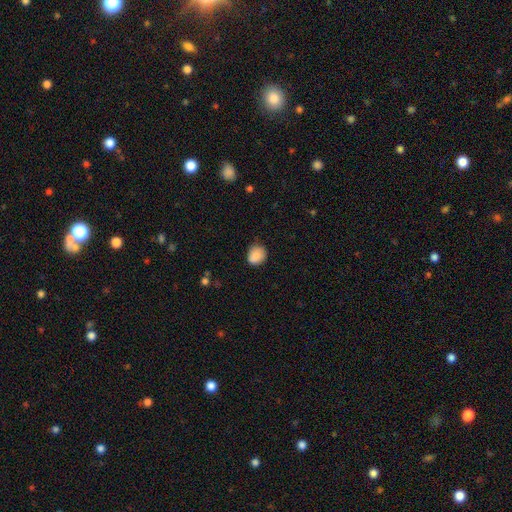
Smooth or featured? 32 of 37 (86%) said smooth. How rounded? 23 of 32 (72%) said round. Merging? 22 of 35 (63%) said none.